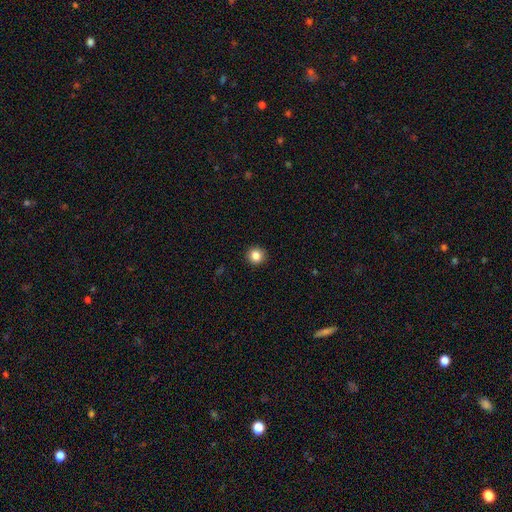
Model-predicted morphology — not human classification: Smooth or featured? smooth (85%)
How rounded? round (93%)
Merging? none (93%)